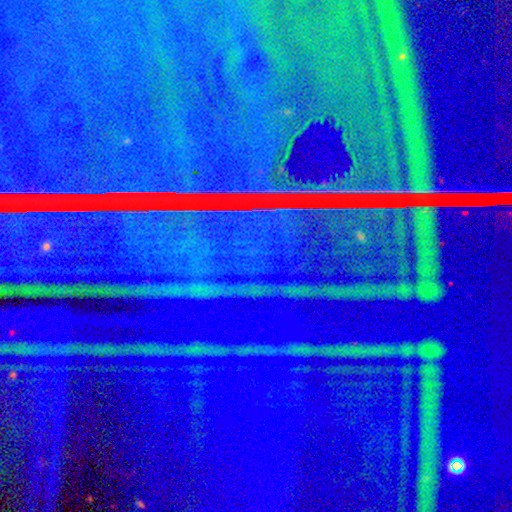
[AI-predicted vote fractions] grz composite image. It shows a star or artifact, not a galaxy (89%).